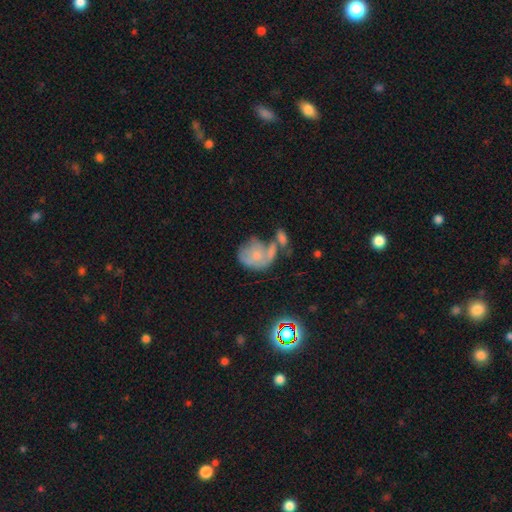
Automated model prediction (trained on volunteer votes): A smooth galaxy with no disk features (55%) that is round (62%). Merging: merger (31%).